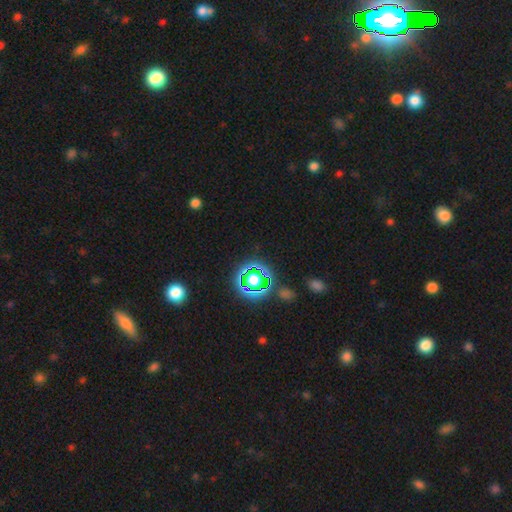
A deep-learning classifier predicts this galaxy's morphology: Smooth or featured? star or artifact (74%)